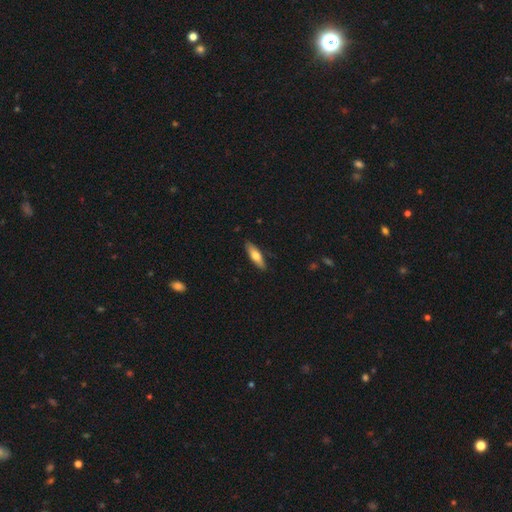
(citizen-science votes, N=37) This is likely a smooth galaxy (68%). How rounded: likely cigar-shaped (76%). Merging: clearly none (94%).